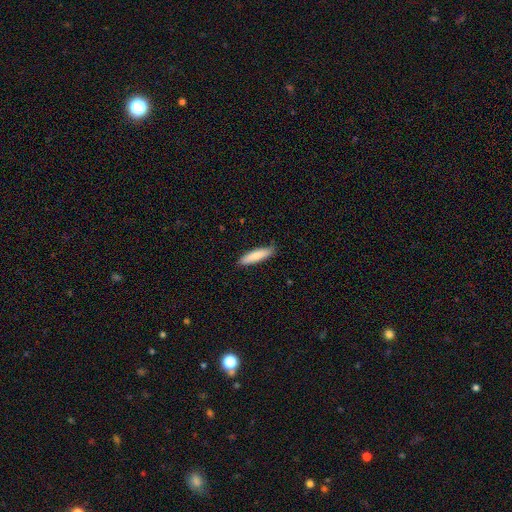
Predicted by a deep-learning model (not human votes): The model was most divided on "how rounded": cigar-shaped: 75%, in between: 23%, round: 1%. More confident: merging — none (85%); smooth or featured — smooth (81%).